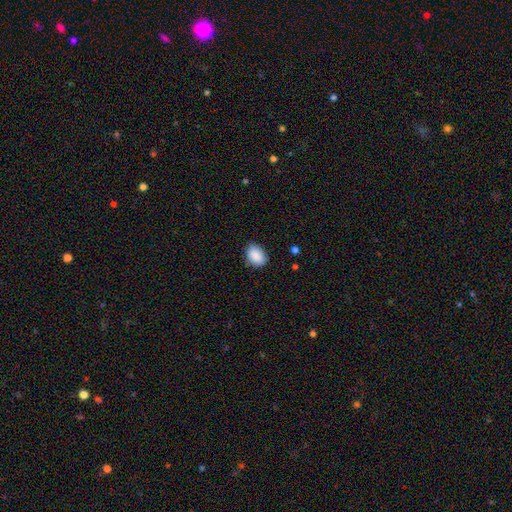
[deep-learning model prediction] Smooth or featured: smooth — 89% (star or artifact — 7%)
How rounded: in between — 75% (round — 24%)
Merging: none — 79% (minor disturbance — 17%)